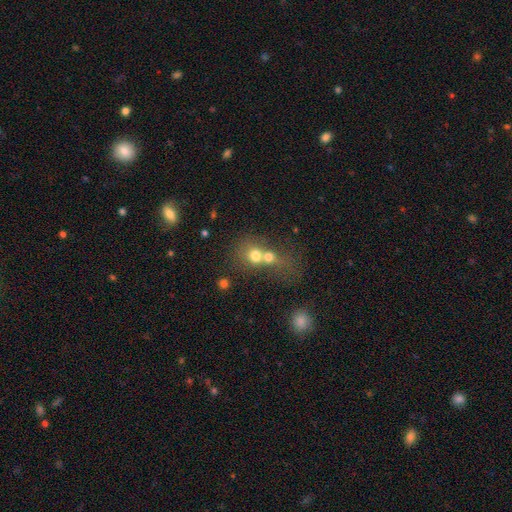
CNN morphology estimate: type=smooth (68%); roundness=round (71%); merging=merger (67%).